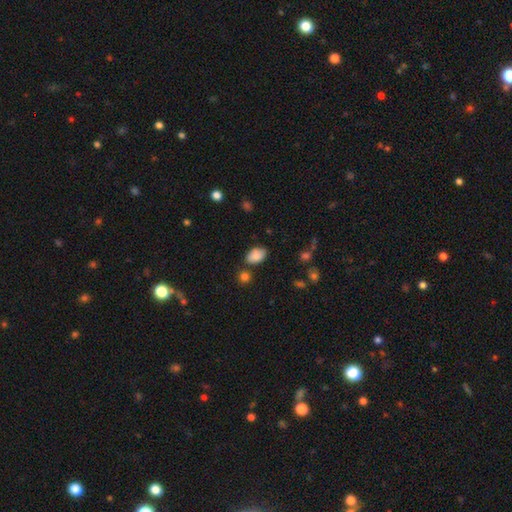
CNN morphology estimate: Smooth or featured: smooth — 86% (star or artifact — 8%)
How rounded: in between — 89% (round — 10%)
Merging: none — 73% (minor disturbance — 16%)